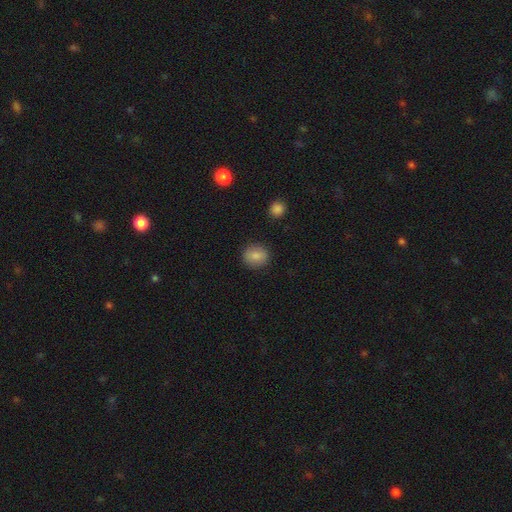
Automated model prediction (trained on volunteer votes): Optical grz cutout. It shows a smooth galaxy with no disk features (85%) that is round (75%). Merging: none (88%).